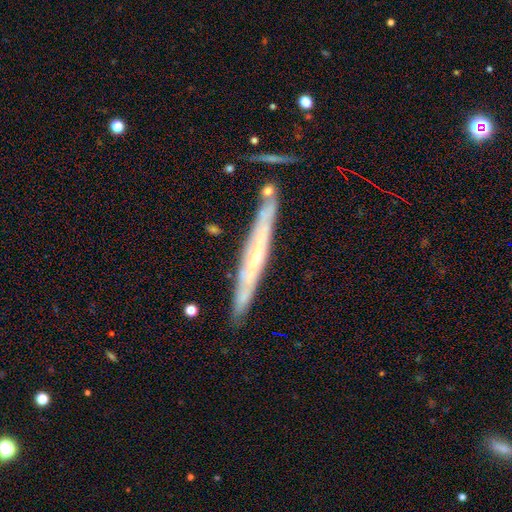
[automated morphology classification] Smooth or featured? Predicted: featured or disk (p=0.74). Edge-on disk? Predicted: yes (p=0.85). Edge-on bulge? Predicted: rounded (p=0.56). Merging? Predicted: none (p=0.81).